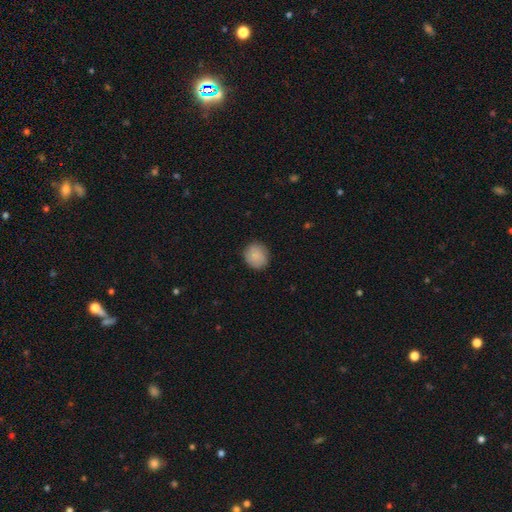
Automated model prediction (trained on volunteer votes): A smooth galaxy with no disk features (88%) that is round (85%).

Vote fractions:
- Smooth or featured? smooth: 88% / star or artifact: 7% / featured or disk: 5%
- How rounded? round: 85% / in between: 14% / cigar-shaped: 1%
- Merging? none: 88% / minor disturbance: 9% / major disturbance: 2% / merger: 1%